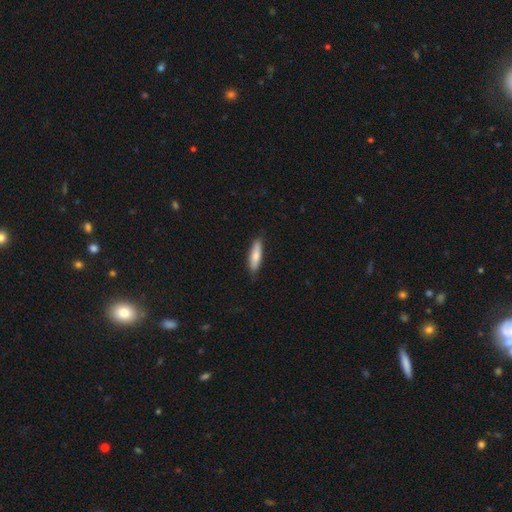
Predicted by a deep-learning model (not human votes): Smooth or featured?
  - smooth: 77% *
  - featured or disk: 17%
  - star or artifact: 5%
How rounded?
  - cigar-shaped: 67% *
  - in between: 31%
  - round: 2%
Merging?
  - none: 85% *
  - minor disturbance: 12%
  - major disturbance: 2%
  - merger: 1%